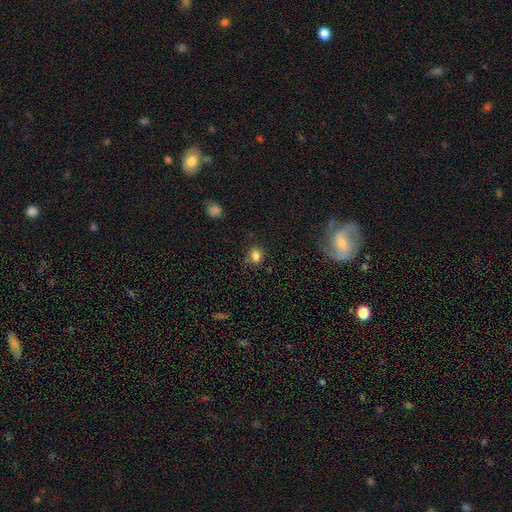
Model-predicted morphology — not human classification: type=smooth (81%); roundness=in between (53%); merging=none (76%).